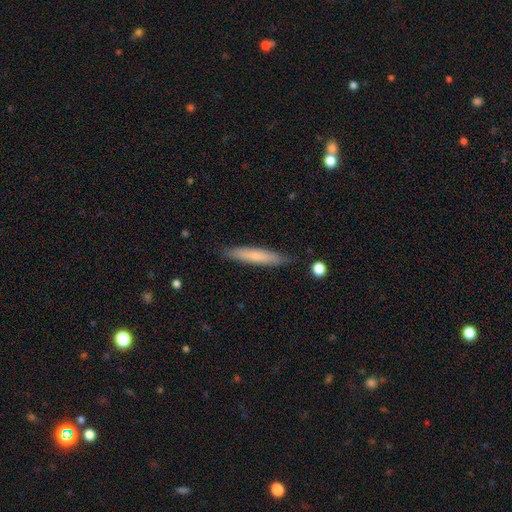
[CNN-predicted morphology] smooth 70%, featured or disk 24%, star or artifact 6%. Down the decision tree: how rounded — cigar-shaped (90%); merging — none (86%).